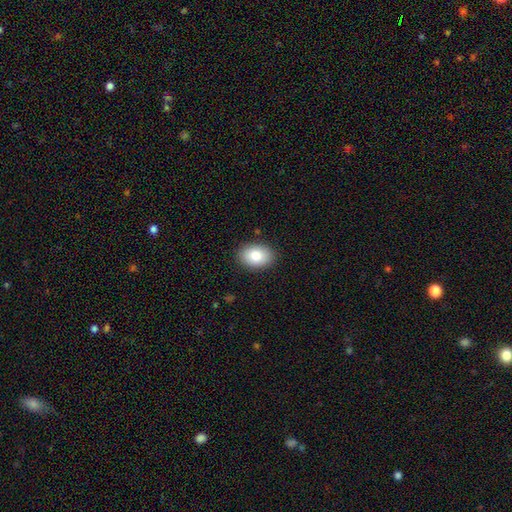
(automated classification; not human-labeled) The model was most divided on "how rounded": in between: 83%, round: 16%, cigar-shaped: 1%. More confident: merging — none (89%); smooth or featured — smooth (84%).